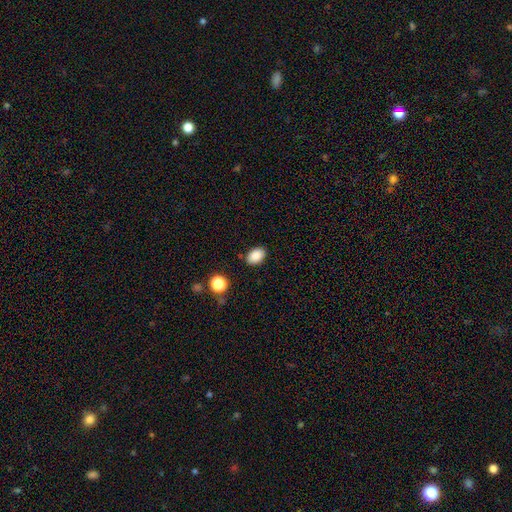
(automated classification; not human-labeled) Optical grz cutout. It shows a smooth galaxy with no disk features (87%) that is in between round and cigar-shaped (84%). Merging: none (85%).